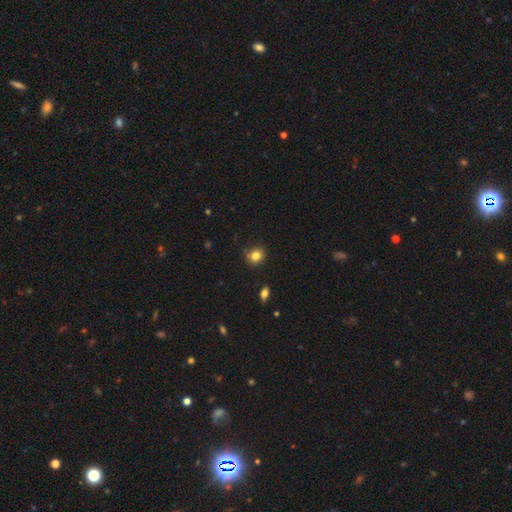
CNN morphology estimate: Smooth or featured?
  - smooth: 82% *
  - star or artifact: 12%
  - featured or disk: 7%
How rounded?
  - round: 76% *
  - in between: 23%
  - cigar-shaped: 1%
Merging?
  - none: 73% *
  - minor disturbance: 19%
  - major disturbance: 4%
  - merger: 3%